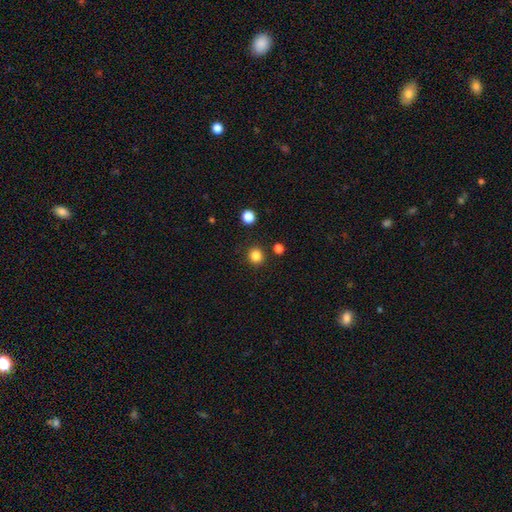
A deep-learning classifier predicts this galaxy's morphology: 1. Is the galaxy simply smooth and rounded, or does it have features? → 84% smooth, 12% star or artifact, 4% featured or disk.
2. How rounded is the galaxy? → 92% round, 8% in between, 1% cigar-shaped.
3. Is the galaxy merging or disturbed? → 89% none, 6% minor disturbance, 3% merger, 2% major disturbance.